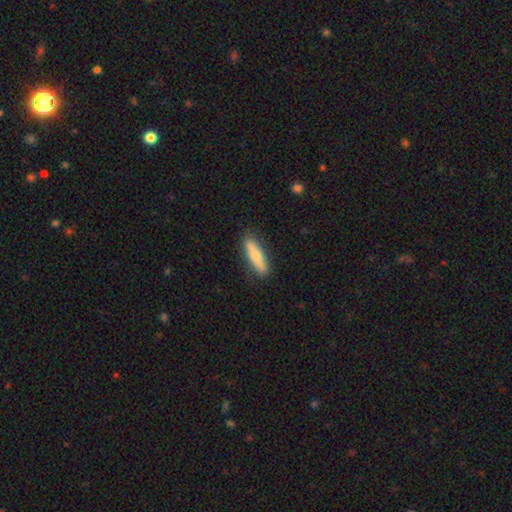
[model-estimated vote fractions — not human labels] This is likely a smooth galaxy (69%). How rounded: likely cigar-shaped (71%). Merging: clearly none (87%).